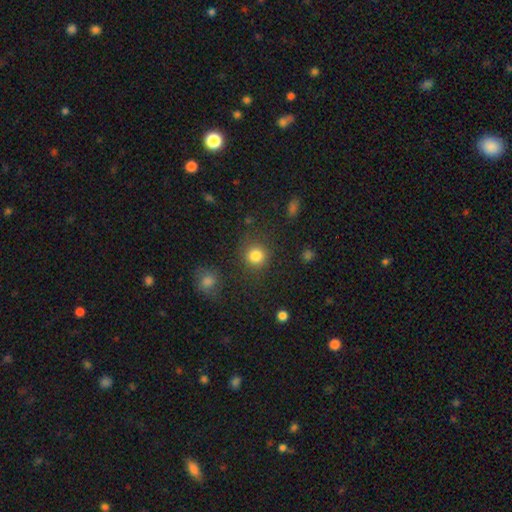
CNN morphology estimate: Smooth or featured: smooth — 83% (star or artifact — 12%)
How rounded: round — 91% (in between — 8%)
Merging: none — 81% (minor disturbance — 9%)